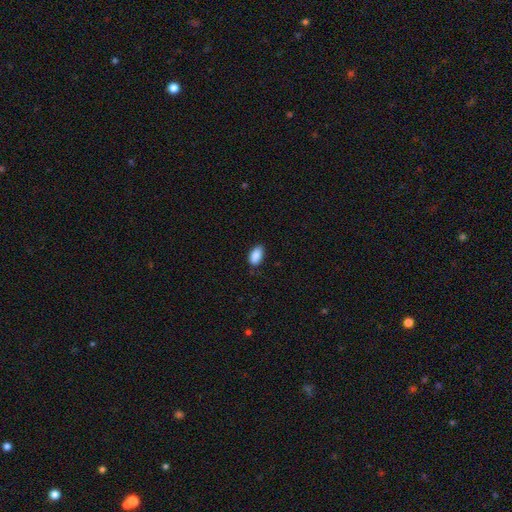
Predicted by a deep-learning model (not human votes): Smooth or featured: smooth — 89% (star or artifact — 7%)
How rounded: in between — 93% (round — 4%)
Merging: none — 78% (minor disturbance — 18%)